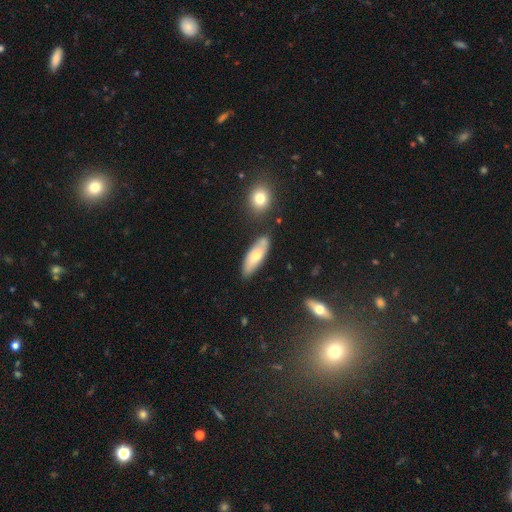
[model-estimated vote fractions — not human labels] smooth_or_featured: smooth (p=0.64) [alt: featured or disk p=0.30]
how_rounded: in between (p=0.62) [alt: cigar-shaped p=0.36]
merging: none (p=0.73) [alt: minor disturbance p=0.15]